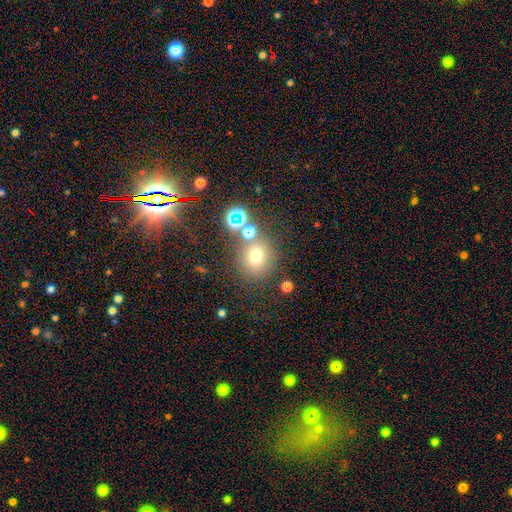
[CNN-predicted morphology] This is likely a smooth galaxy (66%). How rounded: clearly round (84%). Merging: likely none (71%).